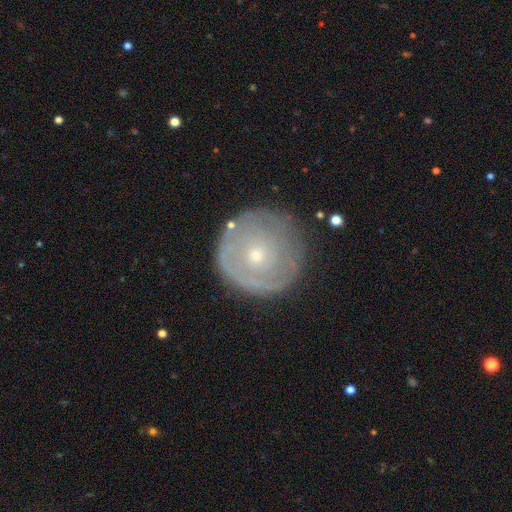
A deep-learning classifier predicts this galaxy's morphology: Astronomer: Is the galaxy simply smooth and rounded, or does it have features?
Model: featured or disk — 56% (runner-up: smooth, 36%).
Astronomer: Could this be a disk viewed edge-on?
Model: no — 96%.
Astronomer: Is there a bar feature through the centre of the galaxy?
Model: no — 87%.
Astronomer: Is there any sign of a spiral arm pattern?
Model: yes — 51% (runner-up: no, 49%).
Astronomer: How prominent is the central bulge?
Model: small — 62%.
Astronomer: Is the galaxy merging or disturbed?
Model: none — 77%.